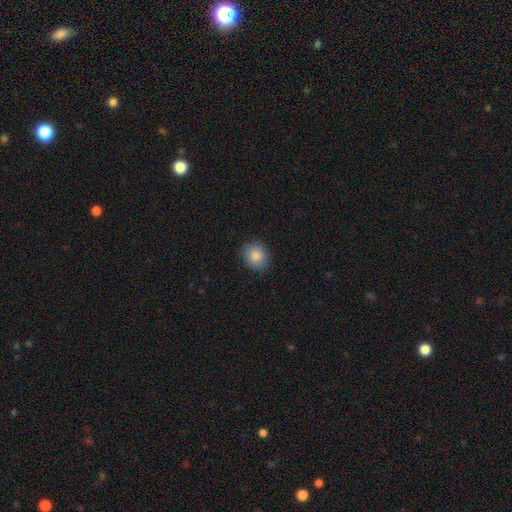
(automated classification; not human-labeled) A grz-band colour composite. It shows a smooth galaxy with no disk features (87%) that is round (64%). Merging: none (84%).